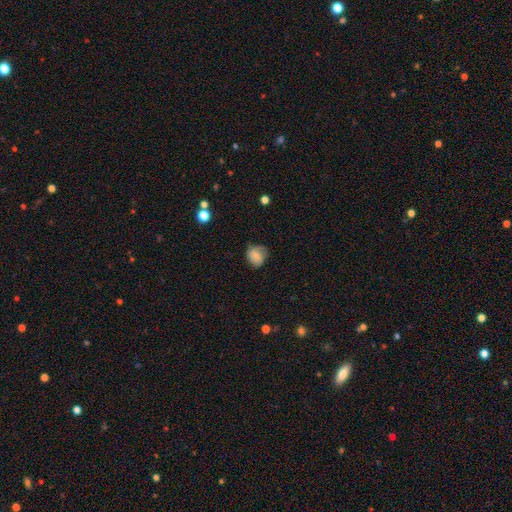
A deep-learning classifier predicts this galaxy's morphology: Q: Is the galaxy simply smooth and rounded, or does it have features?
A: smooth — 70%.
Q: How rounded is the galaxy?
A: round — 71%.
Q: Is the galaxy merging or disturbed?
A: none — 57%.